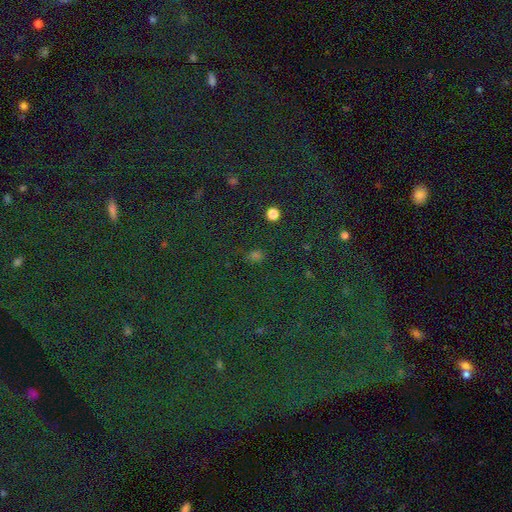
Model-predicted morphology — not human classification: This is possibly a smooth galaxy (50%). Merging: likely none (79%).